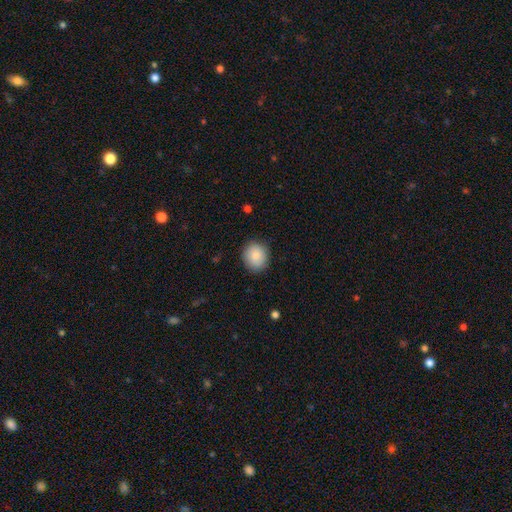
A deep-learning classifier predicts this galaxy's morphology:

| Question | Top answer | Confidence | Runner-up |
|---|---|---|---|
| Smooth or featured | smooth | 87% | star or artifact (7%) |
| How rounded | round | 77% | in between (22%) |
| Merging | none | 87% | minor disturbance (9%) |